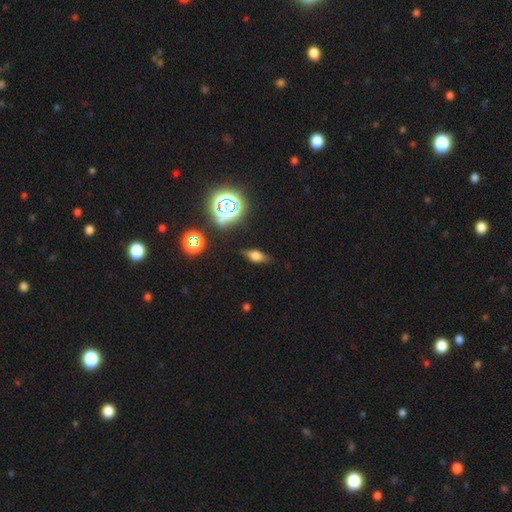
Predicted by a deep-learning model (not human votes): Overall: smooth (48%; featured or disk 33%). Merging: none (80%).